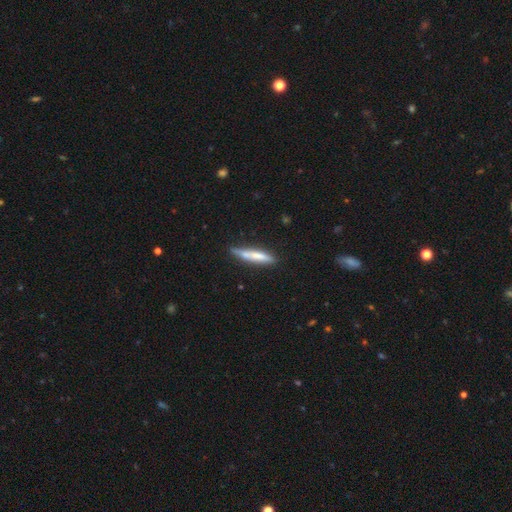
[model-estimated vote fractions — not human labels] Smooth or featured? smooth (62%)
How rounded? cigar-shaped (92%)
Merging? none (75%)